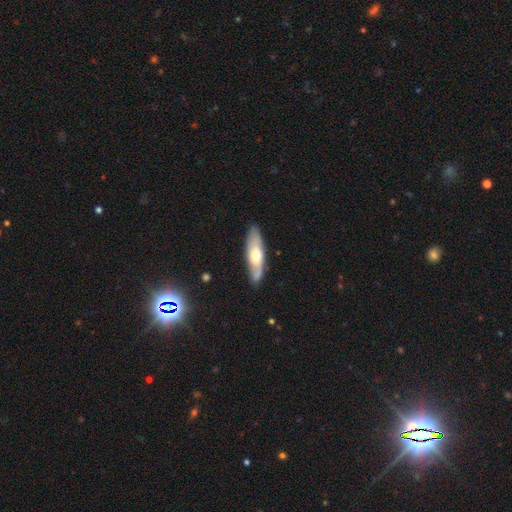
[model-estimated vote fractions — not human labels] Morphology: type=smooth (48%); merging=none (82%).